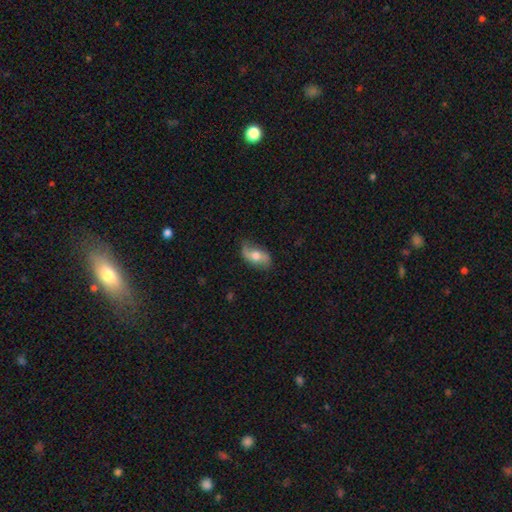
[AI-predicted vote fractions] Smooth or featured: featured or disk — 55% (smooth — 37%)
Edge-on disk: no — 88% (yes — 12%)
Merging: none — 72% (minor disturbance — 20%)